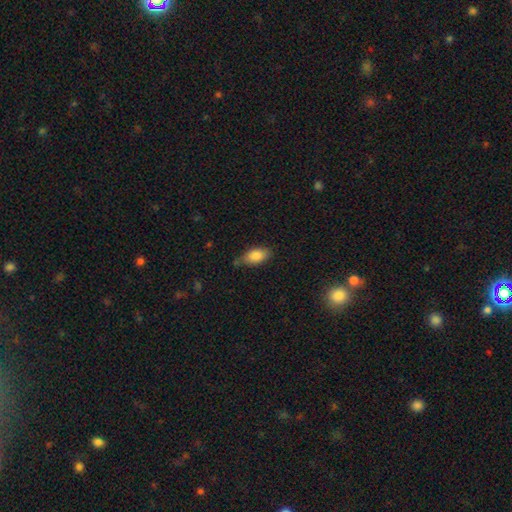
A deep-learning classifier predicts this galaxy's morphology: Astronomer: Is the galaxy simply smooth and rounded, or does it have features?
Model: smooth — 83%.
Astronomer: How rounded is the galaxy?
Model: in between — 89%.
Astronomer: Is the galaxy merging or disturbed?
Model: none — 64%.